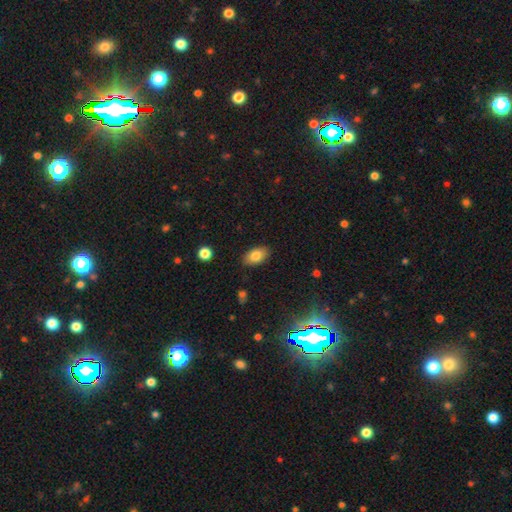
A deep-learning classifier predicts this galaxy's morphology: smooth-or-featured: smooth: 81% | featured or disk: 11% | star or artifact: 8%
  how-rounded: in between: 91% | round: 7% | cigar-shaped: 2%
  merging: none: 87% | minor disturbance: 10% | major disturbance: 2% | merger: 1%